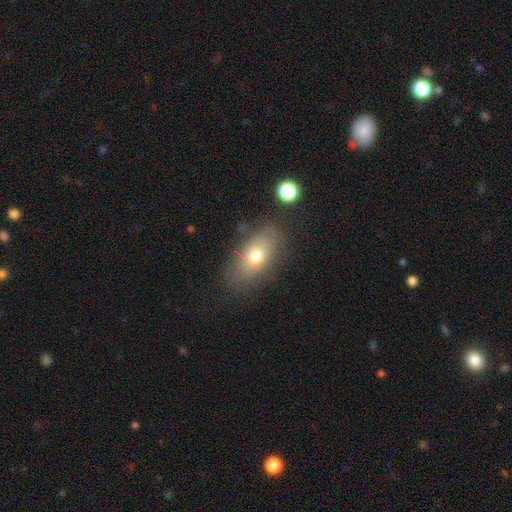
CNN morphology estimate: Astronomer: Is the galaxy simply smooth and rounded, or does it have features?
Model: smooth — 69%.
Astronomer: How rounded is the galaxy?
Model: in between — 85%.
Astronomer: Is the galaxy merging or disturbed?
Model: none — 77%.